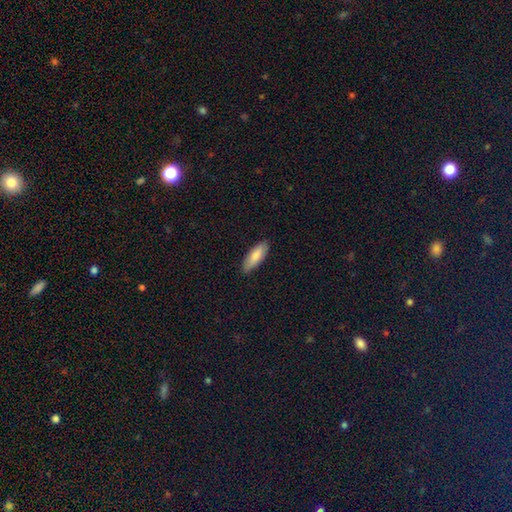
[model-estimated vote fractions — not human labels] A smooth galaxy with no disk features (85%) that is in between round and cigar-shaped (61%). Merging: none (87%).